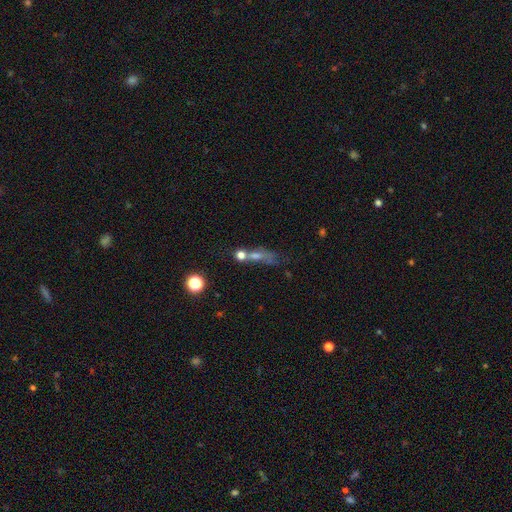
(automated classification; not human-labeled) Smooth or featured? smooth (49%)
Merging? merger (37%)